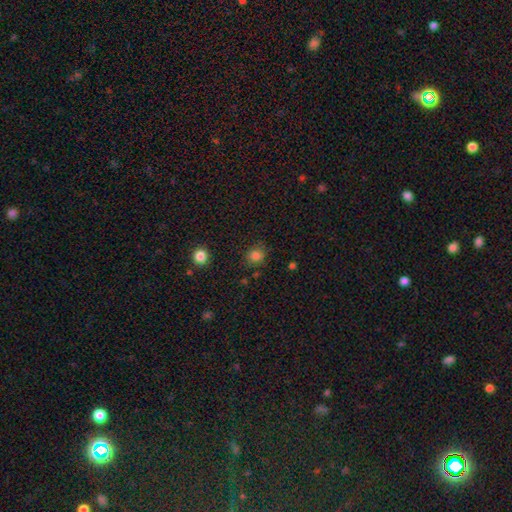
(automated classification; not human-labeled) Overall: smooth (82%). How rounded: round (74%). Merging: none (78%).